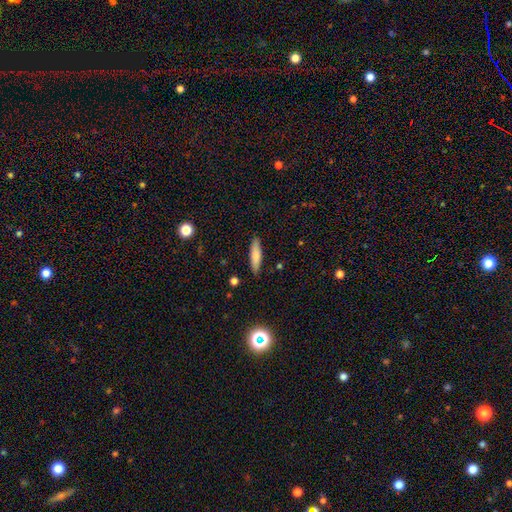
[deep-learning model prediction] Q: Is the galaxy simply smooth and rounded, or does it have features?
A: smooth — 76%.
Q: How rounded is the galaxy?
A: cigar-shaped — 75%.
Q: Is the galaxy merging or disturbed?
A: none — 88%.